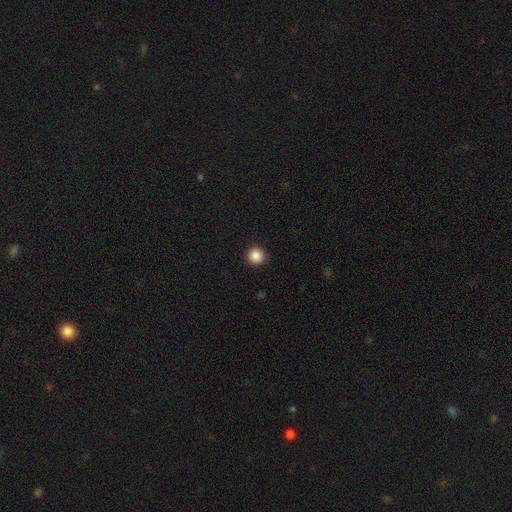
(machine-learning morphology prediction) Smooth or featured?
  - smooth: 88% *
  - star or artifact: 10%
  - featured or disk: 3%
How rounded?
  - round: 96% *
  - in between: 3%
  - cigar-shaped: 1%
Merging?
  - none: 93% *
  - minor disturbance: 4%
  - major disturbance: 2%
  - merger: 1%